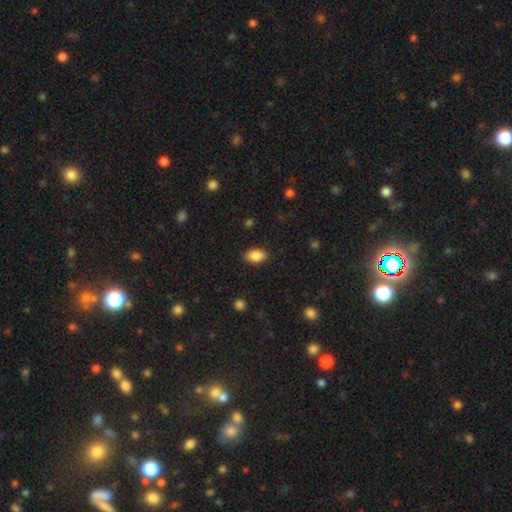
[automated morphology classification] Smooth or featured? smooth (88%)
How rounded? in between (91%)
Merging? none (88%)